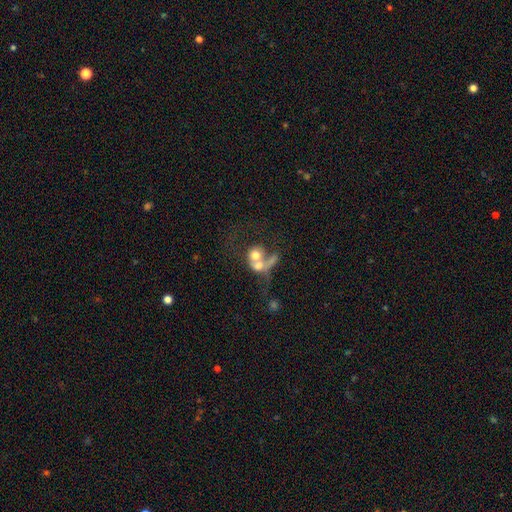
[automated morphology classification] smooth 55%, featured or disk 36%, star or artifact 10%. Down the decision tree: how rounded — round (64%); merging — merger (69%).